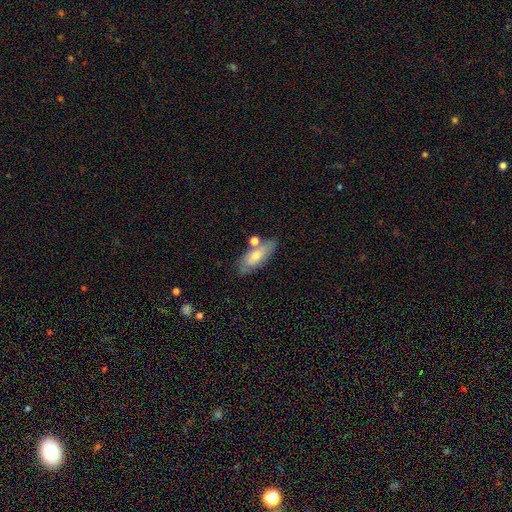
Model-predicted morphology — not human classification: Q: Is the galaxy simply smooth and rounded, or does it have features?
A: smooth — 63%.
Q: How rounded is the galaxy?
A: in between — 77%.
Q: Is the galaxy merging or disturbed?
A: none — 58%.